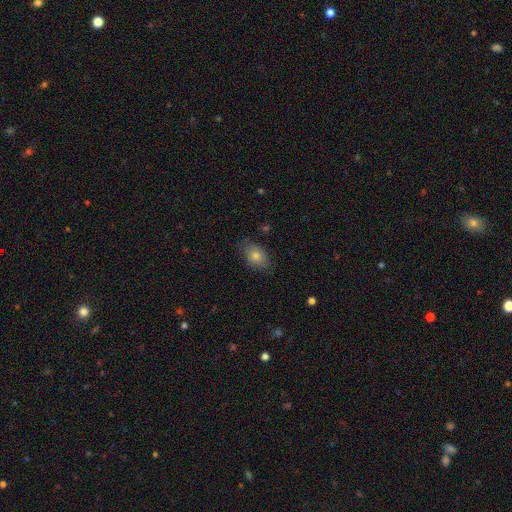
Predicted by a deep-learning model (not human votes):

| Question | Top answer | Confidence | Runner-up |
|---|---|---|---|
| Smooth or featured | smooth | 73% | featured or disk (15%) |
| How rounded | in between | 80% | round (18%) |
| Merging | none | 80% | minor disturbance (16%) |